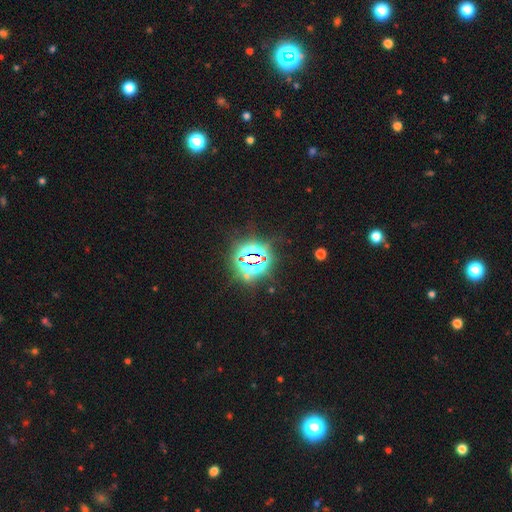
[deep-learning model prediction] This appears to be a star or artifact, not a galaxy (84%).